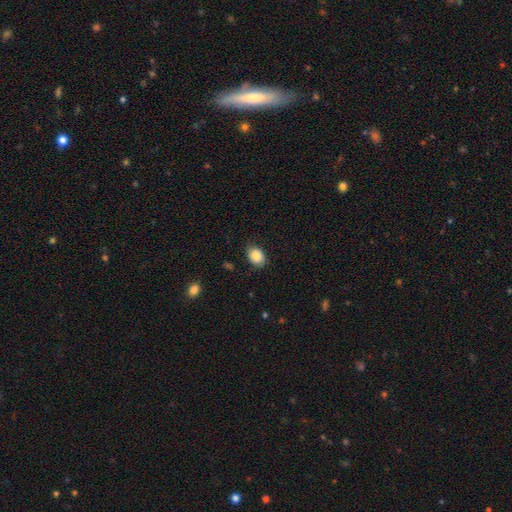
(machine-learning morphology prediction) Smooth or featured: smooth — 84% (featured or disk — 8%)
How rounded: in between — 69% (round — 30%)
Merging: none — 79% (minor disturbance — 17%)